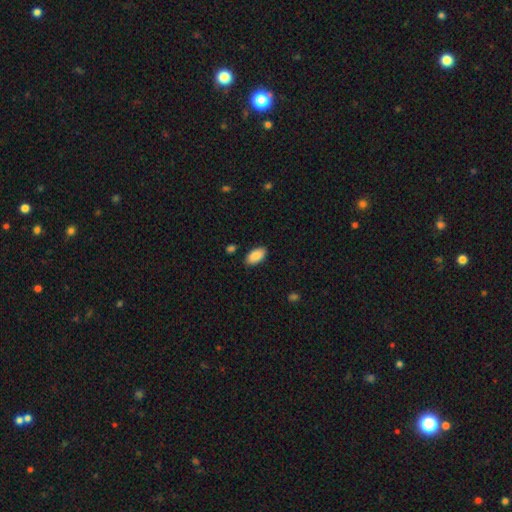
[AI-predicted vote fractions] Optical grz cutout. It shows a smooth galaxy with no disk features (87%) that is in between round and cigar-shaped (94%). Merging: none (87%).